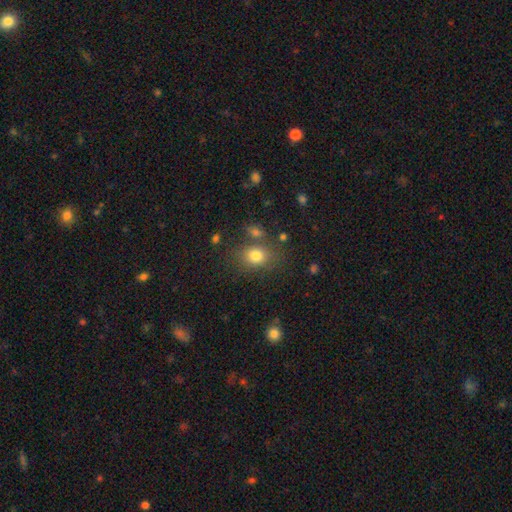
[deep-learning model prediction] Smooth or featured: smooth — 78% (star or artifact — 13%)
How rounded: round — 52% (in between — 47%)
Merging: none — 70% (minor disturbance — 14%)